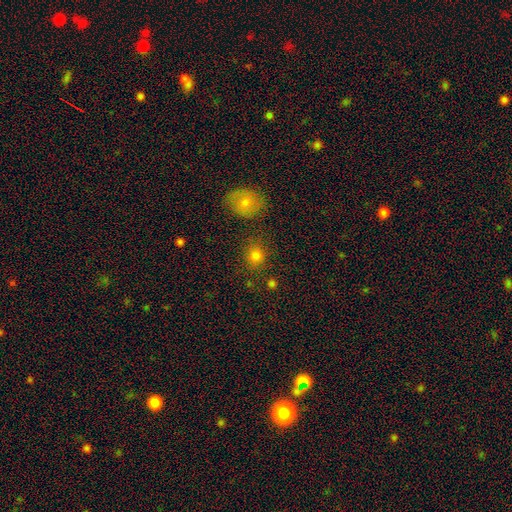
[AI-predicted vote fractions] Morphology: type=smooth (80%); roundness=round (76%); merging=none (78%).